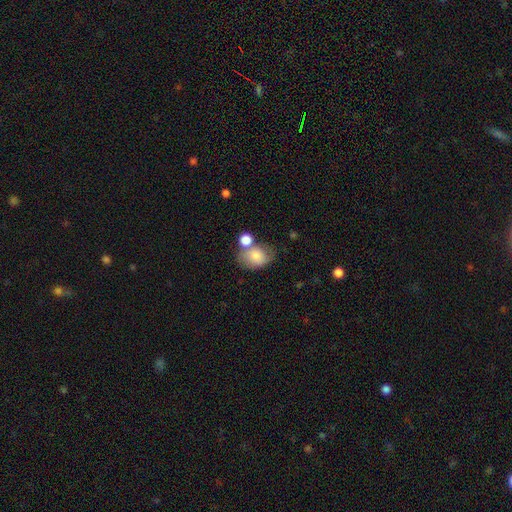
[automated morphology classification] Smooth or featured: smooth — 77% (featured or disk — 15%)
How rounded: in between — 66% (round — 33%)
Merging: none — 45% (merger — 29%)